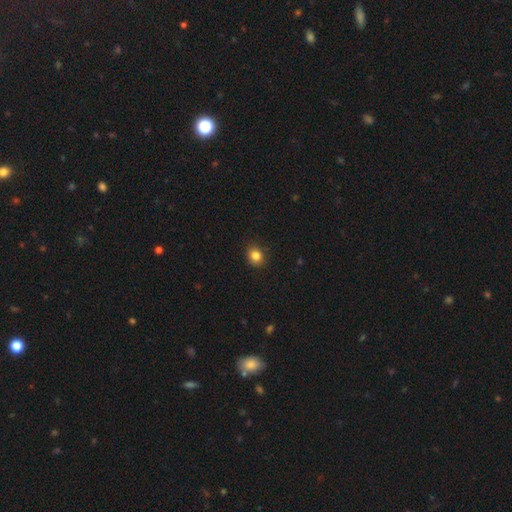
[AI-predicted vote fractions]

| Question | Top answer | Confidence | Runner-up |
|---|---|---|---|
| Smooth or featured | smooth | 84% | star or artifact (11%) |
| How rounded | round | 65% | in between (35%) |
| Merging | none | 87% | minor disturbance (10%) |